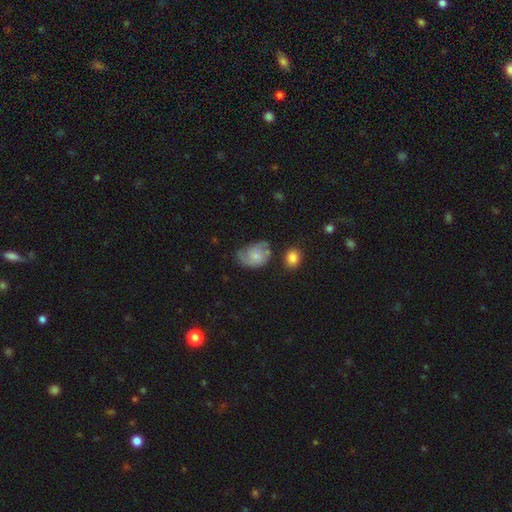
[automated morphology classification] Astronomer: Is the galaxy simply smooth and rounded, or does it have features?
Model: featured or disk — 52% (runner-up: smooth, 40%).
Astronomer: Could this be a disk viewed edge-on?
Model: no — 97%.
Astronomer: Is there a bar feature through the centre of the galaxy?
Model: no — 67%.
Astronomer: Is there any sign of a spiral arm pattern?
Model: yes — 83%.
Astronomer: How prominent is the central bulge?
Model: small — 45% (runner-up: moderate, 25%).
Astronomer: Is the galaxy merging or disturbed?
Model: none — 44% (runner-up: minor disturbance, 30%).